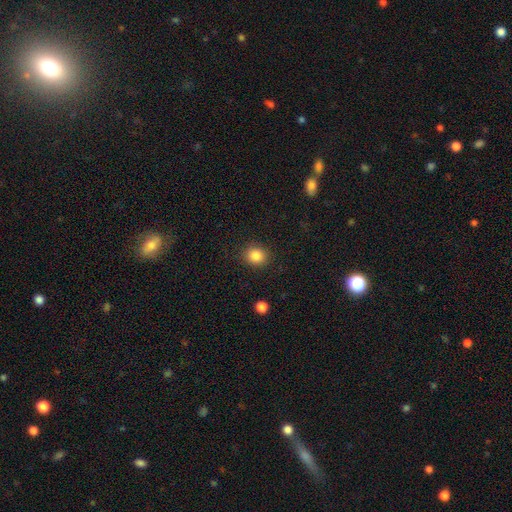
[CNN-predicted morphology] The model was most divided on "how rounded": round: 75%, in between: 24%, cigar-shaped: 1%. More confident: merging — none (89%); smooth or featured — smooth (86%).